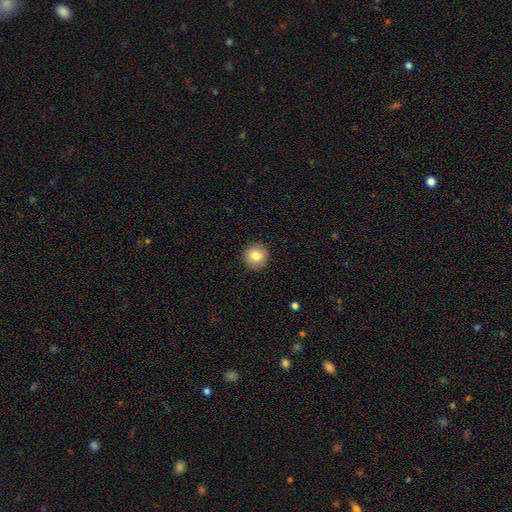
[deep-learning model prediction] smooth-or-featured: smooth: 83% | featured or disk: 9% | star or artifact: 8%
  how-rounded: round: 94% | in between: 5% | cigar-shaped: 1%
  merging: none: 92% | minor disturbance: 6% | major disturbance: 2% | merger: 1%